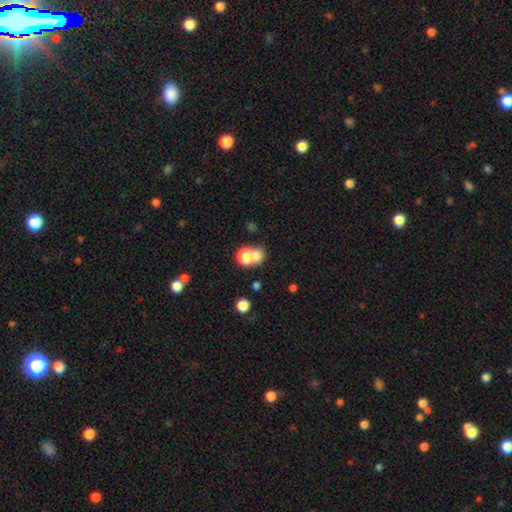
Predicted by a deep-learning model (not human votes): A smooth galaxy with no disk features (72%) that is round (66%). Merging: merger (50%).